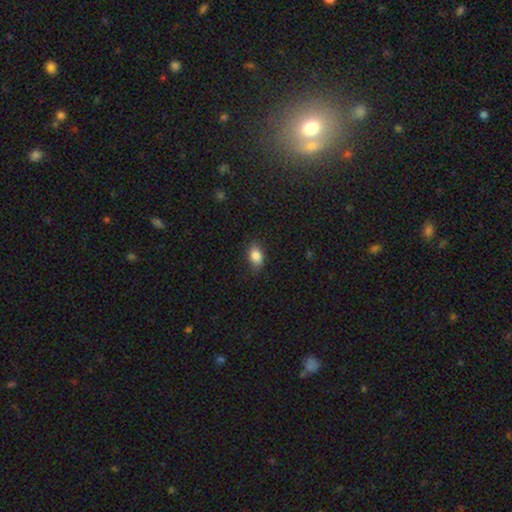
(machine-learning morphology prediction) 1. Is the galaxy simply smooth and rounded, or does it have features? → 85% smooth, 8% star or artifact, 6% featured or disk.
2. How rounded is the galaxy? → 86% in between, 11% round, 2% cigar-shaped.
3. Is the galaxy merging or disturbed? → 81% none, 15% minor disturbance, 3% major disturbance, 1% merger.